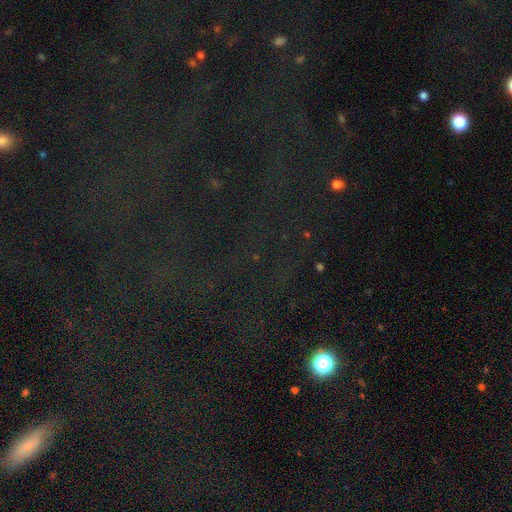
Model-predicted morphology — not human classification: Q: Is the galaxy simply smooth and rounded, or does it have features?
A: star or artifact — 75%.